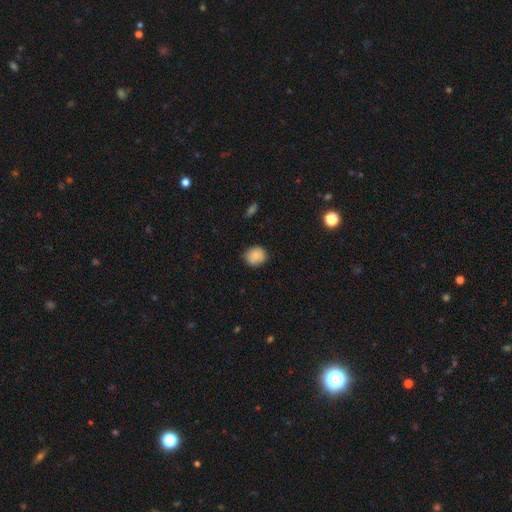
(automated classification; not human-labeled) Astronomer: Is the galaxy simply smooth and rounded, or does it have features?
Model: smooth — 85%.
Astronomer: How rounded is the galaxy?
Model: round — 75%.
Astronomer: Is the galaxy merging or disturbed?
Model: none — 76%.